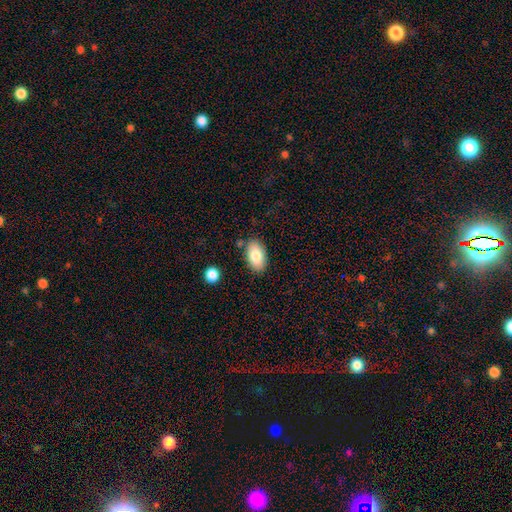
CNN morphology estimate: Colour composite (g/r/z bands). It shows a smooth galaxy with no disk features (82%) that is in between round and cigar-shaped (94%). Merging: none (84%).